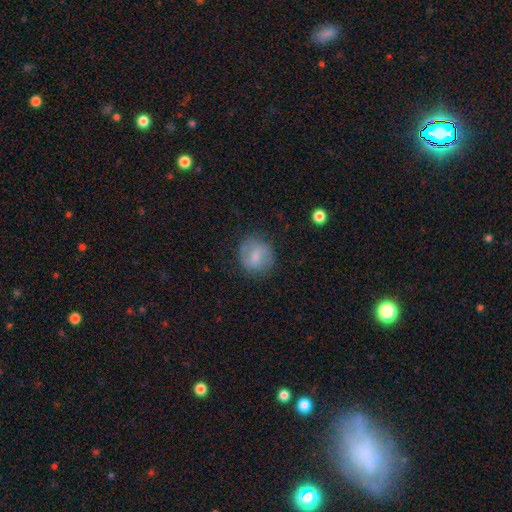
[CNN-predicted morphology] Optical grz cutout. It shows a smooth galaxy with no disk features (62%) that is round (78%). Merging: none (74%).